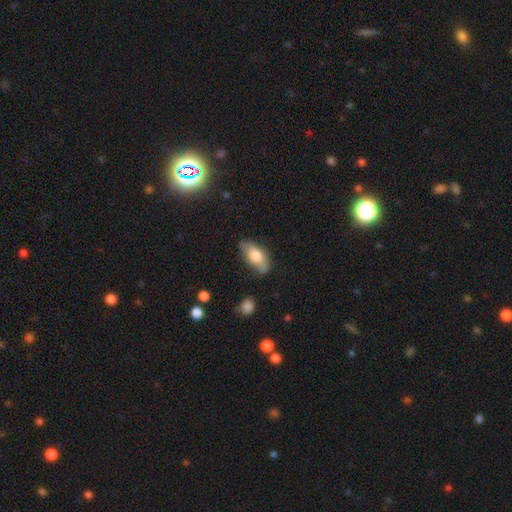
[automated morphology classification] This is likely a smooth galaxy (71%). How rounded: clearly in between (86%). Merging: likely none (69%).